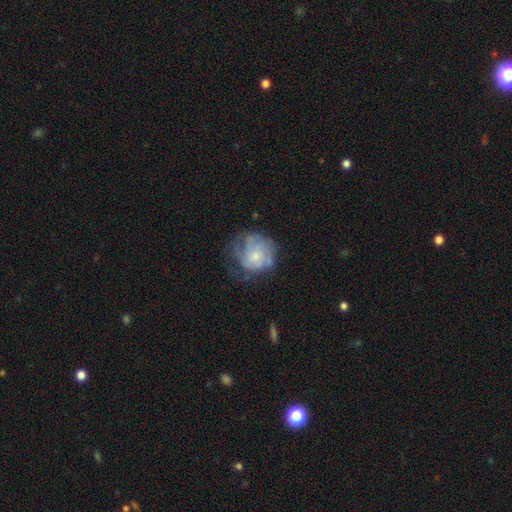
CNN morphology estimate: A featured or disk galaxy (54%) with no bar (80%), spiral arms (68%) and a small central bulge (59%). Merging: none (44%).